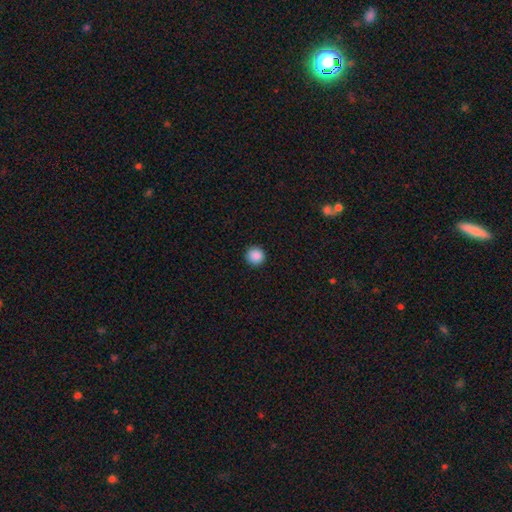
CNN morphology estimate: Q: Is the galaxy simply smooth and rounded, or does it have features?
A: smooth — 89%.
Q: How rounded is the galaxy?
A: round — 96%.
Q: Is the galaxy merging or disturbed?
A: none — 93%.